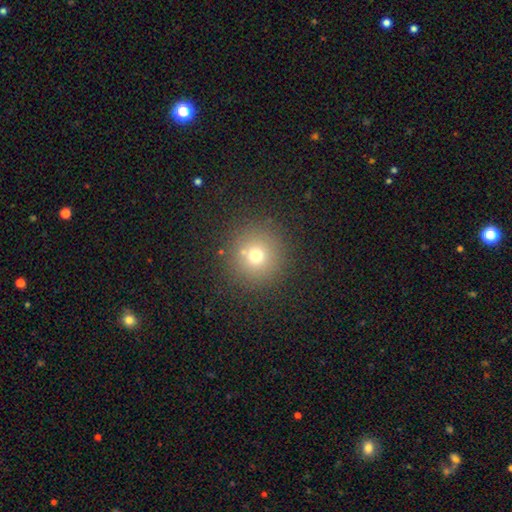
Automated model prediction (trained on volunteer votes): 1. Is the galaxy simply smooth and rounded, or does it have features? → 68% smooth, 20% star or artifact, 12% featured or disk.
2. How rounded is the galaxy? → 94% round, 5% in between, 1% cigar-shaped.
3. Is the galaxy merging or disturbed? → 85% none, 7% minor disturbance, 4% merger, 4% major disturbance.